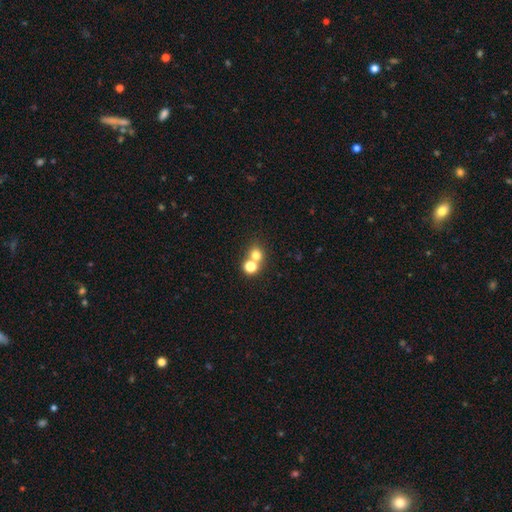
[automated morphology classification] Smooth or featured?
  - smooth: 72% *
  - star or artifact: 18%
  - featured or disk: 10%
How rounded?
  - round: 81% *
  - in between: 18%
  - cigar-shaped: 1%
Merging?
  - none: 49% *
  - merger: 42%
  - minor disturbance: 6%
  - major disturbance: 3%